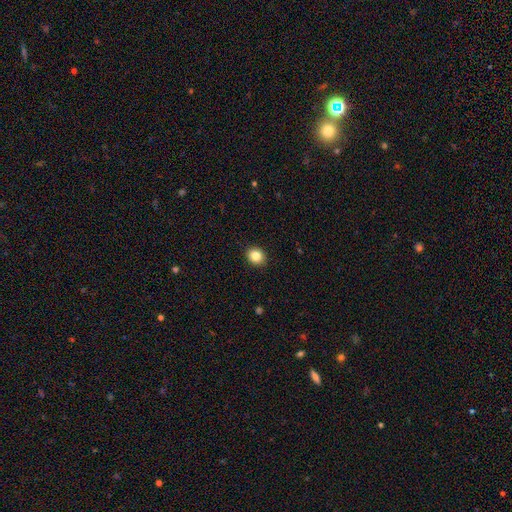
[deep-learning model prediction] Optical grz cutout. It shows a smooth galaxy with no disk features (85%) that is round (70%). Merging: none (91%).